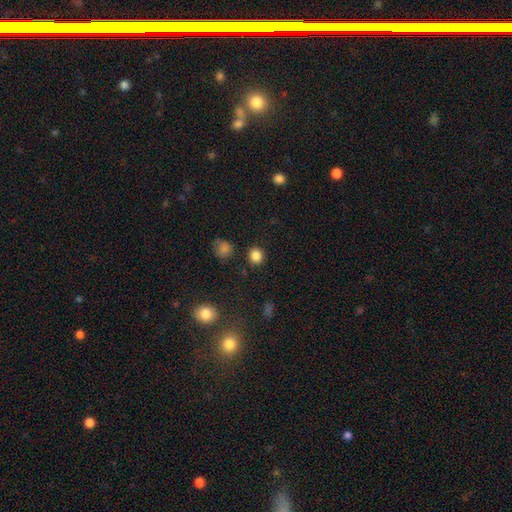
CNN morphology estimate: Smooth or featured: smooth — 84% (star or artifact — 12%)
How rounded: round — 89% (in between — 10%)
Merging: none — 89% (minor disturbance — 6%)